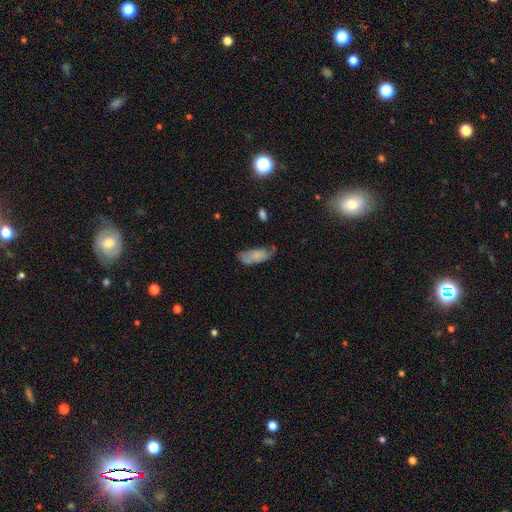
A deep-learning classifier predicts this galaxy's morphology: Overall: smooth (75%). How rounded: in between (79%). Merging: none (52%; minor disturbance 33%).